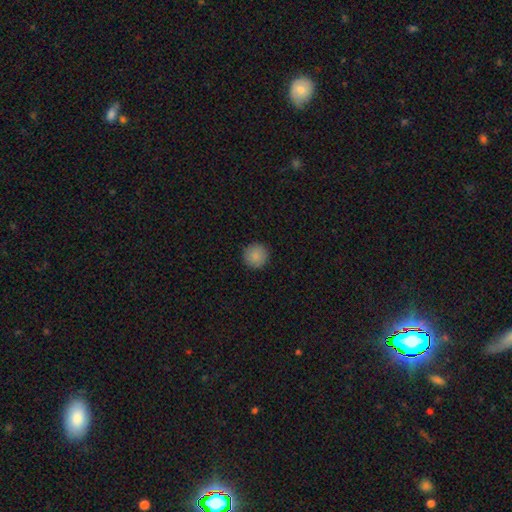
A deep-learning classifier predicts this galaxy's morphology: type=smooth (88%); roundness=round (95%); merging=none (92%).